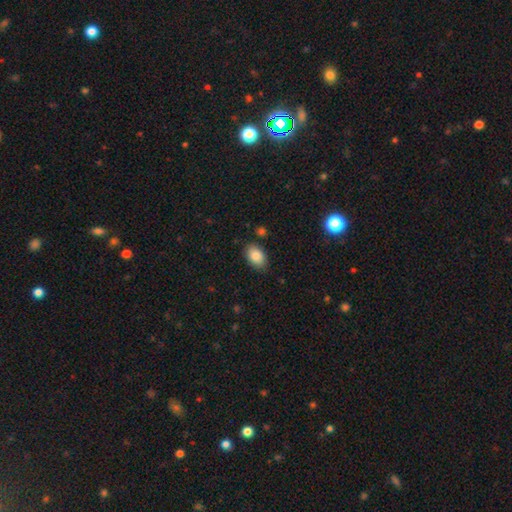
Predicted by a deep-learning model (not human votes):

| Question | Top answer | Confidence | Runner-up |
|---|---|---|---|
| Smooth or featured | smooth | 86% | star or artifact (7%) |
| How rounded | in between | 89% | round (10%) |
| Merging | none | 82% | minor disturbance (13%) |